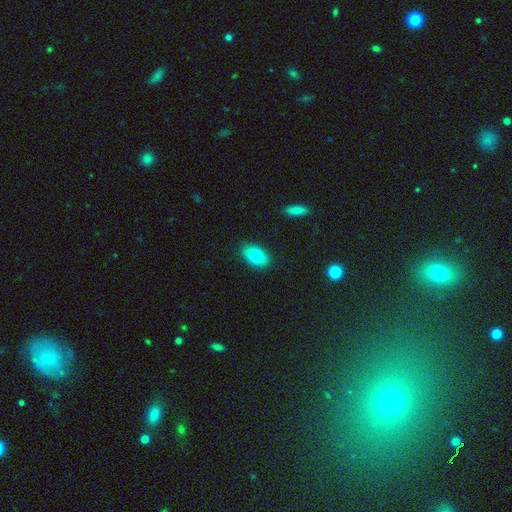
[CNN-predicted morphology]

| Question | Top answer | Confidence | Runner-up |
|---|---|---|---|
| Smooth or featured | smooth | 81% | featured or disk (11%) |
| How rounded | in between | 90% | round (8%) |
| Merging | none | 87% | minor disturbance (10%) |